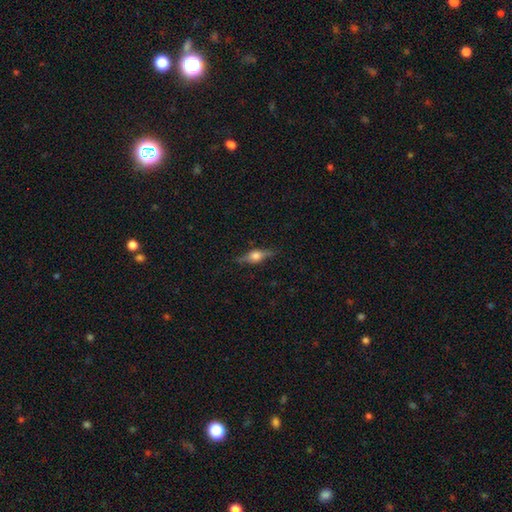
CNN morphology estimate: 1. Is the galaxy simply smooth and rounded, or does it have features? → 62% featured or disk, 29% smooth, 8% star or artifact.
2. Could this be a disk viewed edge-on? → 95% yes, 5% no.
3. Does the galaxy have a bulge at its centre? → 91% rounded, 7% boxy, 2% none.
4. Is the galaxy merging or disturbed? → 83% none, 12% minor disturbance, 3% major disturbance, 1% merger.